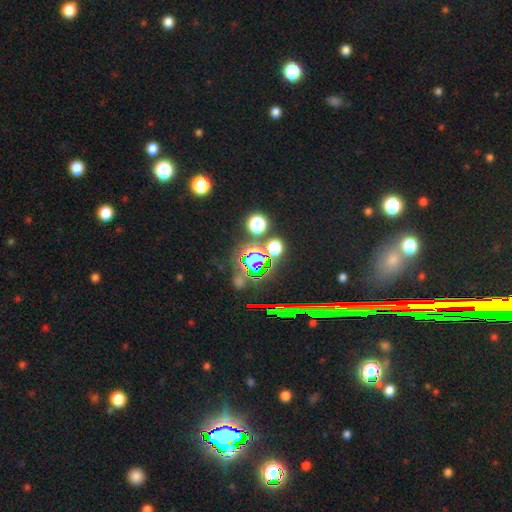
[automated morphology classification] The model was most divided on "smooth or featured": star or artifact: 83%, smooth: 9%, featured or disk: 7%.